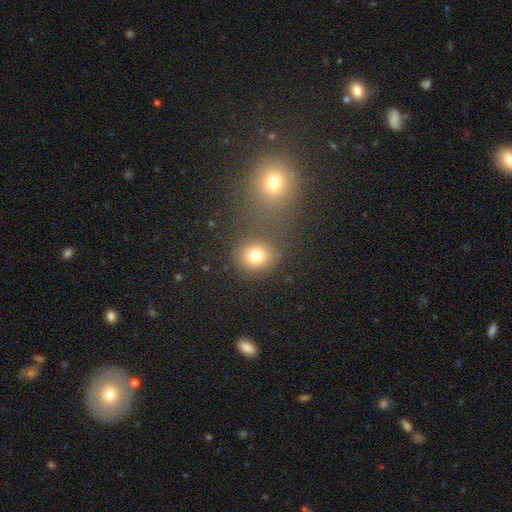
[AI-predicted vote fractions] Smooth or featured? smooth (77%)
How rounded? round (84%)
Merging? none (77%)